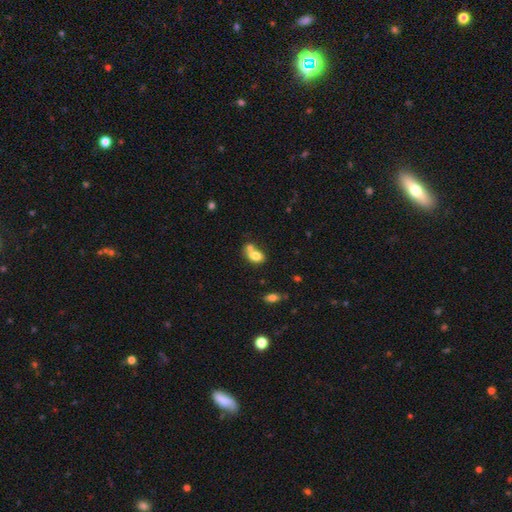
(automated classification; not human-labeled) Smooth or featured? smooth (76%)
How rounded? in between (77%)
Merging? merger (52%)